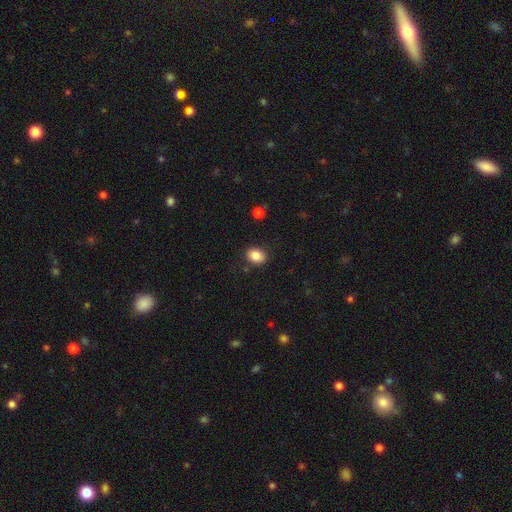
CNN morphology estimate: This is clearly a smooth galaxy (85%). How rounded: possibly in between (56%). Merging: clearly none (86%).